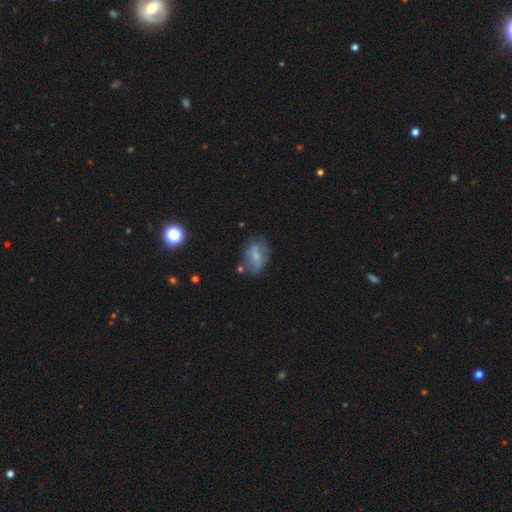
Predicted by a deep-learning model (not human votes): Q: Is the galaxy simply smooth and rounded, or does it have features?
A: smooth — 53%.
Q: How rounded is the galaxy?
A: in between — 82%.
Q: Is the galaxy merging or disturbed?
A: none — 54%.